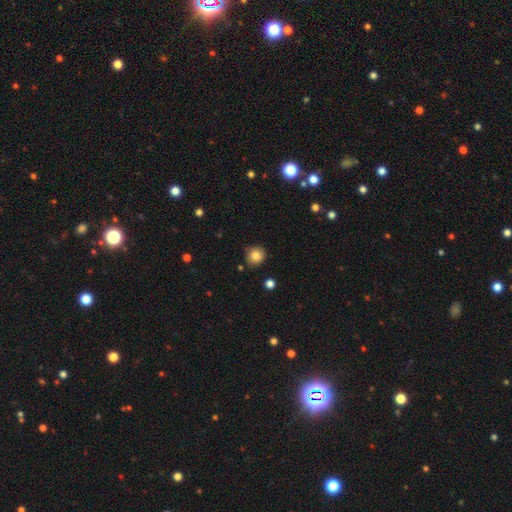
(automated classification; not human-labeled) A smooth galaxy with no disk features (83%) that is round (88%). Merging: none (84%).